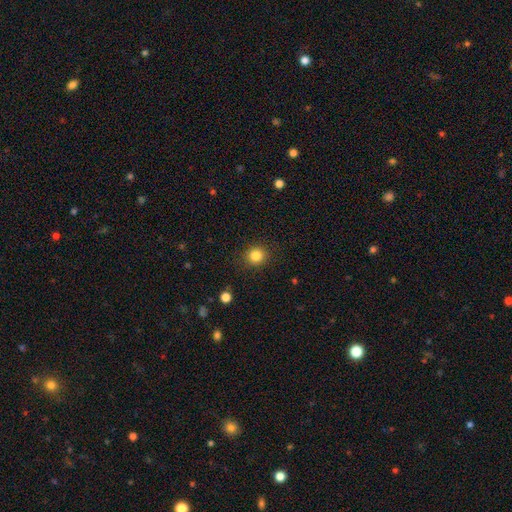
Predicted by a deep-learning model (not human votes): Morphology: type=smooth (84%); roundness=round (88%); merging=none (89%).